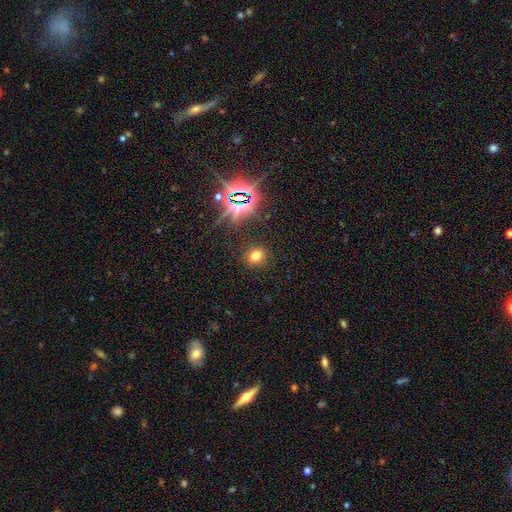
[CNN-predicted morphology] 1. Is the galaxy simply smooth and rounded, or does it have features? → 67% smooth, 24% star or artifact, 8% featured or disk.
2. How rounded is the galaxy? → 63% round, 36% in between, 1% cigar-shaped.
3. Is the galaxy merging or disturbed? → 88% none, 7% minor disturbance, 3% major disturbance, 2% merger.